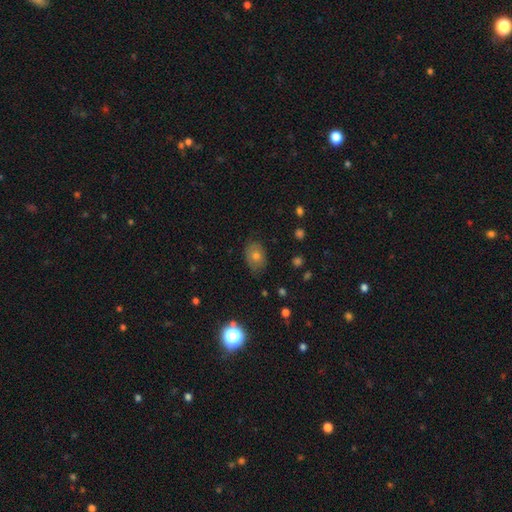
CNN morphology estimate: This appears to be a smooth galaxy with no disk features (61%) that is in between round and cigar-shaped (69%). Merging: none (78%).